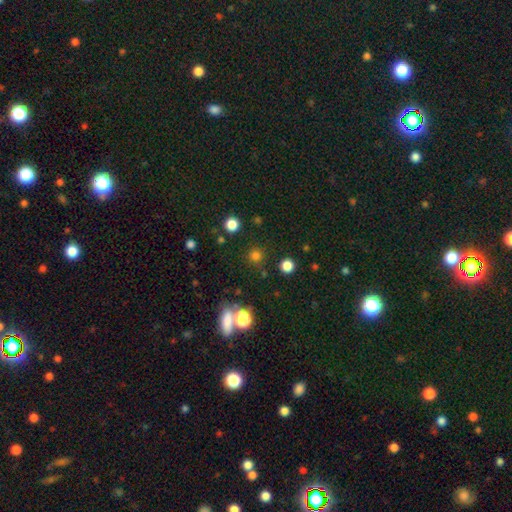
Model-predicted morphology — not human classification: Smooth or featured?
  - smooth: 75% *
  - star or artifact: 20%
  - featured or disk: 5%
How rounded?
  - round: 93% *
  - in between: 6%
  - cigar-shaped: 1%
Merging?
  - none: 84% *
  - minor disturbance: 7%
  - merger: 6%
  - major disturbance: 3%